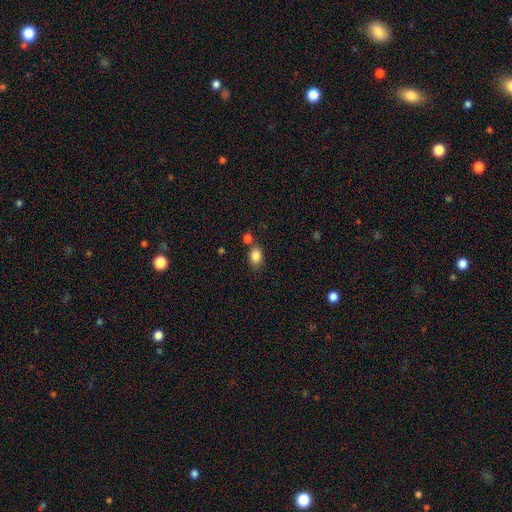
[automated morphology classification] type=smooth (85%); roundness=in between (73%); merging=none (64%).